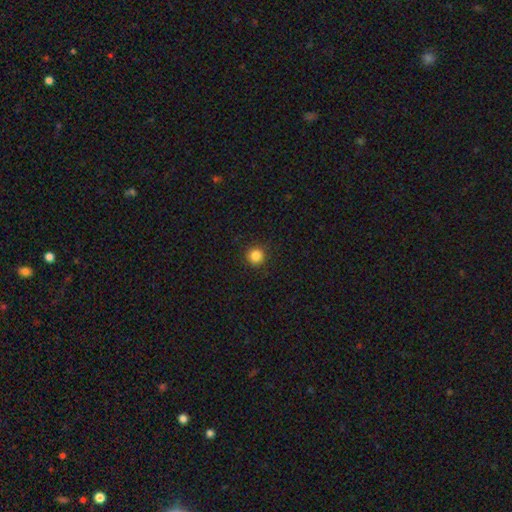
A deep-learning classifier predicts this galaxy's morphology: Smooth or featured?
  - smooth: 85% *
  - star or artifact: 11%
  - featured or disk: 3%
How rounded?
  - round: 95% *
  - in between: 4%
  - cigar-shaped: 1%
Merging?
  - none: 92% *
  - minor disturbance: 5%
  - major disturbance: 2%
  - merger: 1%